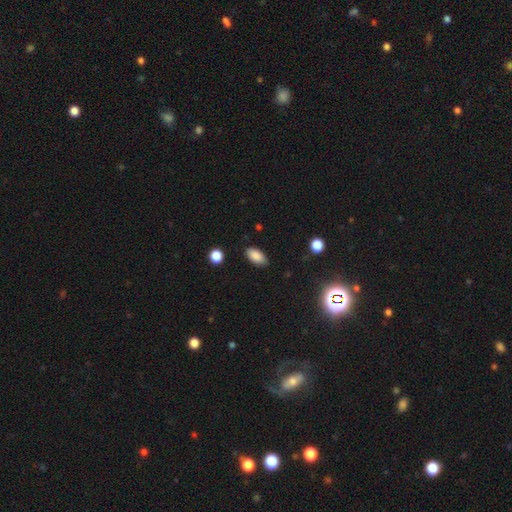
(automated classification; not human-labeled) smooth-or-featured: smooth: 87% | star or artifact: 8% | featured or disk: 5%
  how-rounded: in between: 92% | cigar-shaped: 4% | round: 4%
  merging: none: 85% | minor disturbance: 11% | major disturbance: 2% | merger: 1%